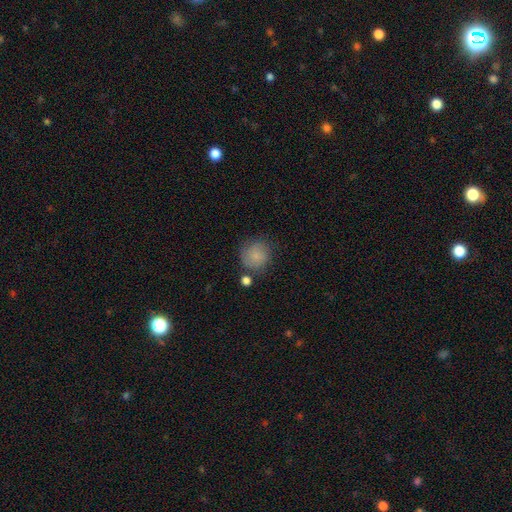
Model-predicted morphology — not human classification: This appears to be a smooth galaxy with no disk features (80%) that is round (89%). Merging: none (70%).